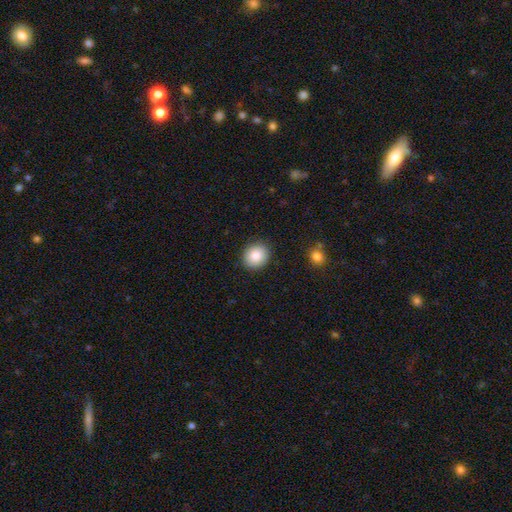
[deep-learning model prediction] Smooth or featured?
  - smooth: 86% *
  - star or artifact: 8%
  - featured or disk: 6%
How rounded?
  - round: 73% *
  - in between: 26%
  - cigar-shaped: 1%
Merging?
  - none: 90% *
  - minor disturbance: 7%
  - major disturbance: 2%
  - merger: 1%